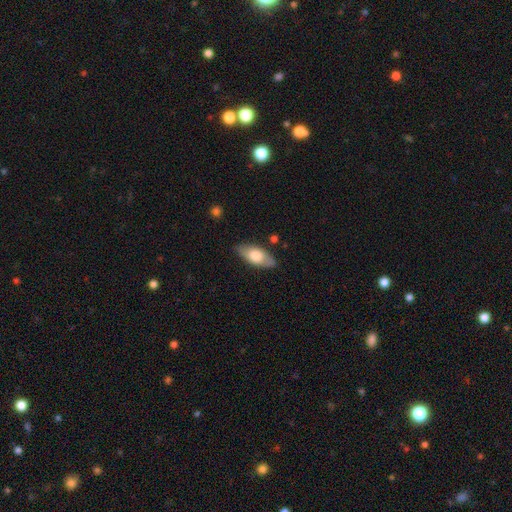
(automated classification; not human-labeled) Smooth or featured? Predicted: smooth (p=0.66). How rounded? Predicted: in between (p=0.84). Merging? Predicted: none (p=0.81).